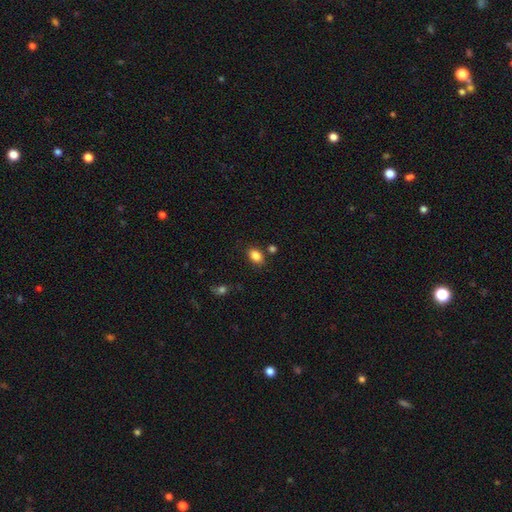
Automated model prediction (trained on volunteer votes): Overall: smooth (85%). How rounded: in between (81%). Merging: none (79%).